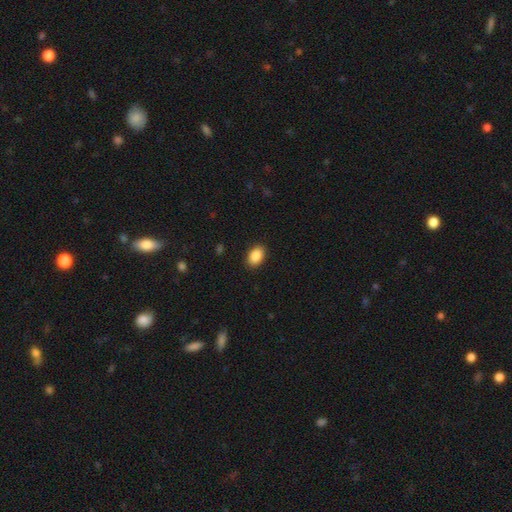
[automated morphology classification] The model was most divided on "how rounded": in between: 88%, round: 11%, cigar-shaped: 1%. More confident: merging — none (89%); smooth or featured — smooth (89%).